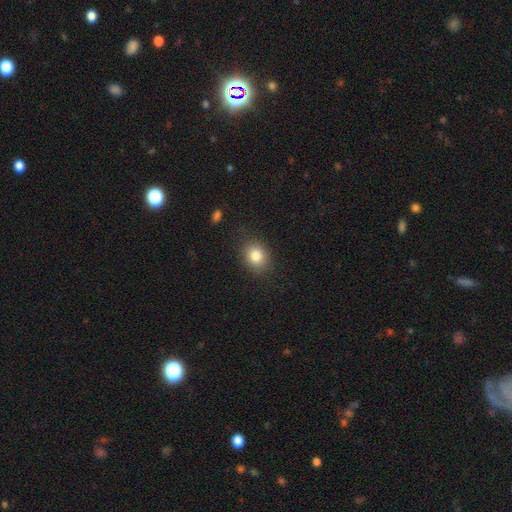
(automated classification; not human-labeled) This is clearly a smooth galaxy (82%). How rounded: possibly round (59%). Merging: clearly none (86%).